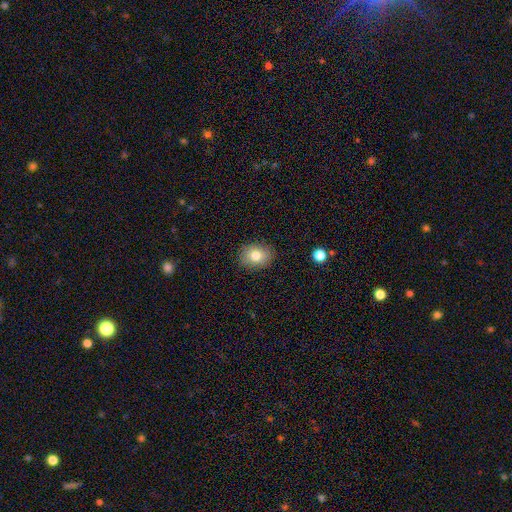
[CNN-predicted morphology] The model was most divided on "how rounded": in between: 60%, round: 39%, cigar-shaped: 1%. More confident: merging — none (87%); smooth or featured — smooth (79%).